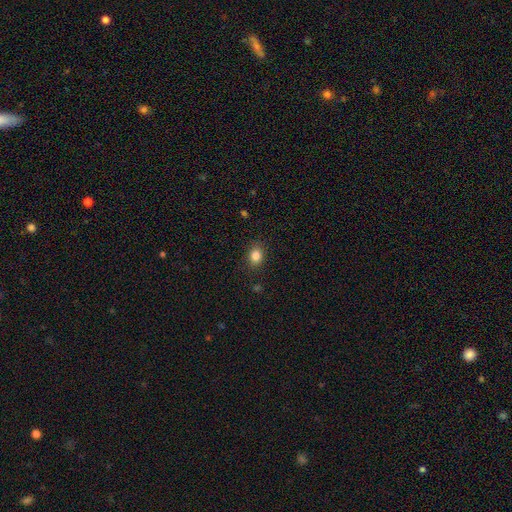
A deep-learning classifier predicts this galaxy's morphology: The model was most divided on "how rounded": round: 53%, in between: 46%, cigar-shaped: 1%. More confident: merging — none (87%); smooth or featured — smooth (84%).